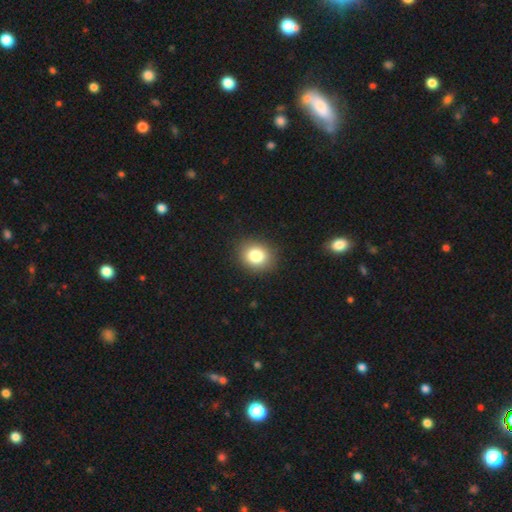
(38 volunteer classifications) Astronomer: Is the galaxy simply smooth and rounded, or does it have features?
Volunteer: smooth — 74%.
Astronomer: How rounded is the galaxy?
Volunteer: round — 64%.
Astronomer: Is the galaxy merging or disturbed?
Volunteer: none — 86%.